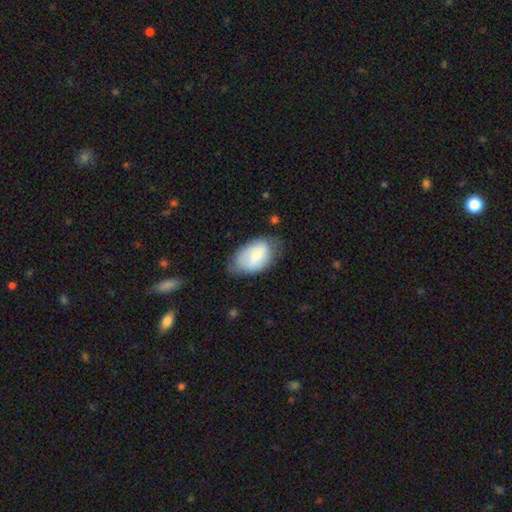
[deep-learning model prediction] smooth_or_featured: smooth (p=0.68) [alt: featured or disk p=0.25]
how_rounded: in between (p=0.92) [alt: round p=0.07]
merging: none (p=0.58) [alt: minor disturbance p=0.31]